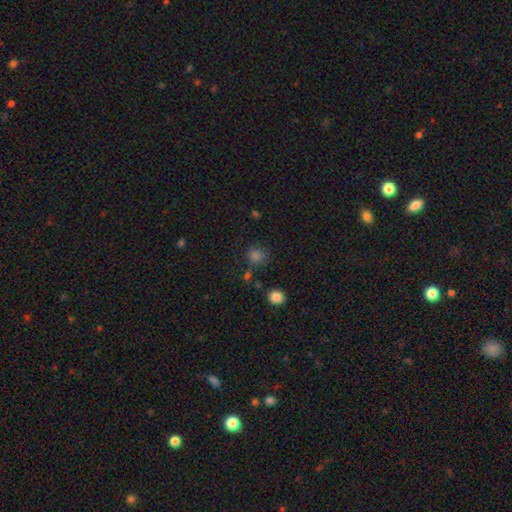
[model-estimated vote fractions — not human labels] Smooth or featured: smooth — 76% (star or artifact — 19%)
How rounded: round — 84% (in between — 15%)
Merging: none — 77% (minor disturbance — 13%)